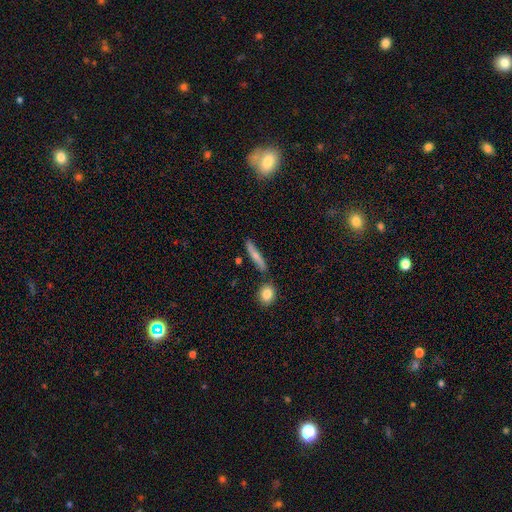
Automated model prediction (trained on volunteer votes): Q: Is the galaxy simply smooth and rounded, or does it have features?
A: smooth — 58%.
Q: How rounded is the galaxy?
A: cigar-shaped — 85%.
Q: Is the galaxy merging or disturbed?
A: none — 75%.